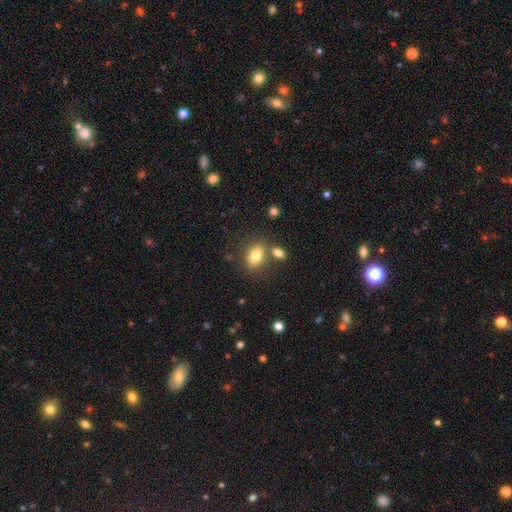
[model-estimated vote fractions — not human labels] Q: Smooth or featured?
A: smooth (81%); runner-up: featured or disk (10%)
Q: How rounded?
A: in between (85%); runner-up: round (12%)
Q: Merging?
A: none (65%); runner-up: merger (20%)